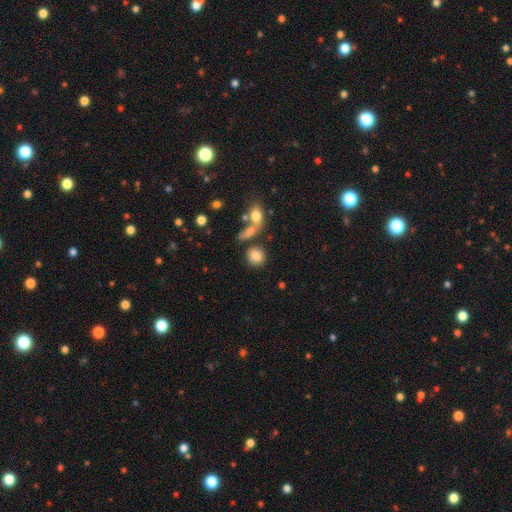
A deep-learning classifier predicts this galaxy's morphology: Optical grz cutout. It shows a smooth galaxy with no disk features (82%) that is round (78%). Merging: none (67%).